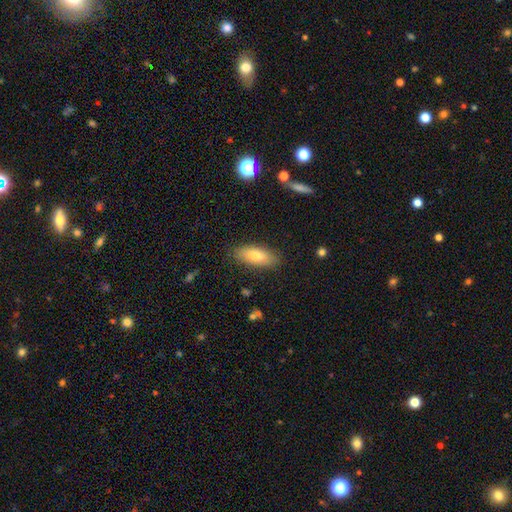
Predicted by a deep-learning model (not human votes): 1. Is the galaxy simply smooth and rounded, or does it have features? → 75% smooth, 18% featured or disk, 7% star or artifact.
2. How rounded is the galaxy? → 76% in between, 21% cigar-shaped, 3% round.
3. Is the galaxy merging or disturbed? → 87% none, 10% minor disturbance, 2% major disturbance, 1% merger.